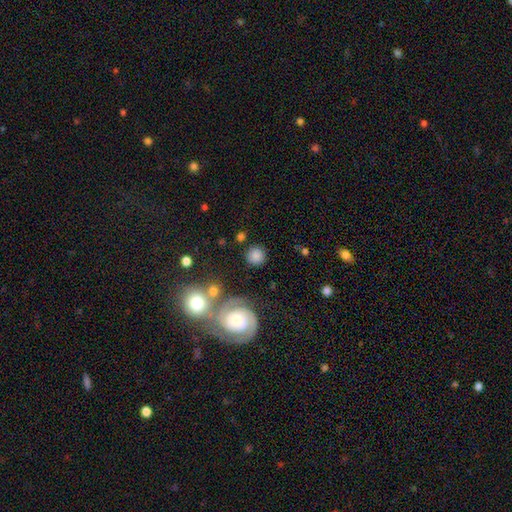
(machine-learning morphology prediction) Smooth or featured: smooth — 76% (featured or disk — 14%)
How rounded: round — 91% (in between — 8%)
Merging: none — 82% (minor disturbance — 9%)